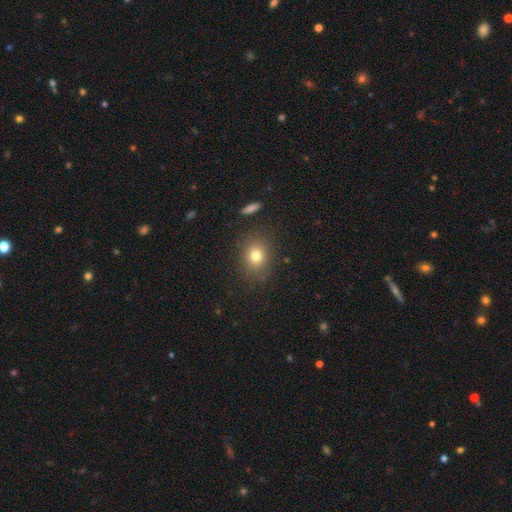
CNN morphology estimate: Smooth or featured? Predicted: smooth (p=0.77). How rounded? Predicted: round (p=0.60). Merging? Predicted: none (p=0.84).